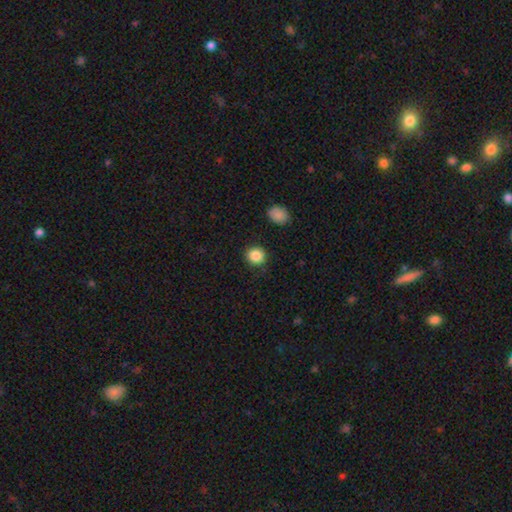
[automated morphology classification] This is clearly a smooth galaxy (87%). How rounded: clearly round (87%). Merging: clearly none (89%).